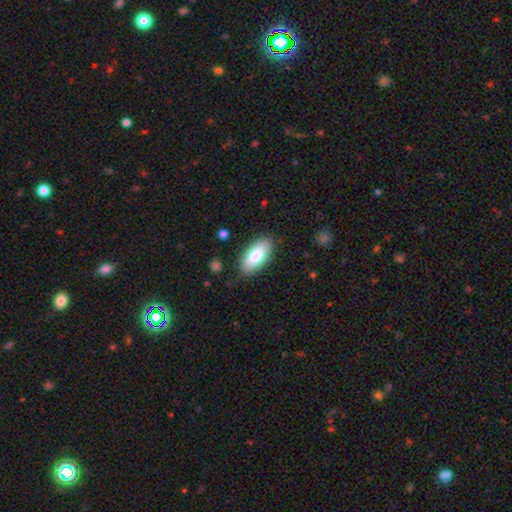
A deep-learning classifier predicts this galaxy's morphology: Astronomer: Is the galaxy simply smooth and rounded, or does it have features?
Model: smooth — 80%.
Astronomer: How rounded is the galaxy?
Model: in between — 88%.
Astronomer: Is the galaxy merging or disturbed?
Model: none — 86%.